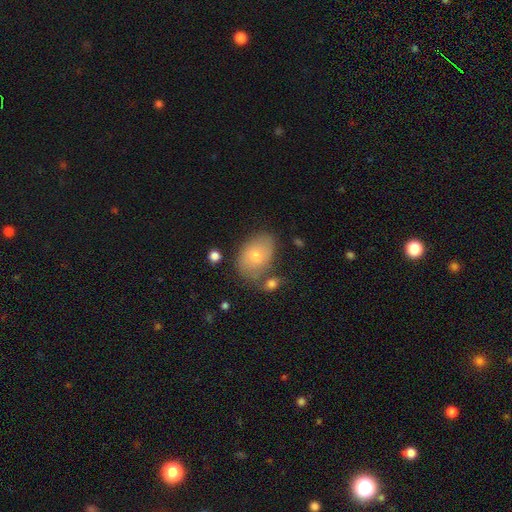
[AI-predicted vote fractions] smooth-or-featured: smooth: 66% | featured or disk: 25% | star or artifact: 8%
  how-rounded: in between: 79% | round: 20% | cigar-shaped: 1%
  merging: none: 58% | minor disturbance: 22% | merger: 12% | major disturbance: 8%